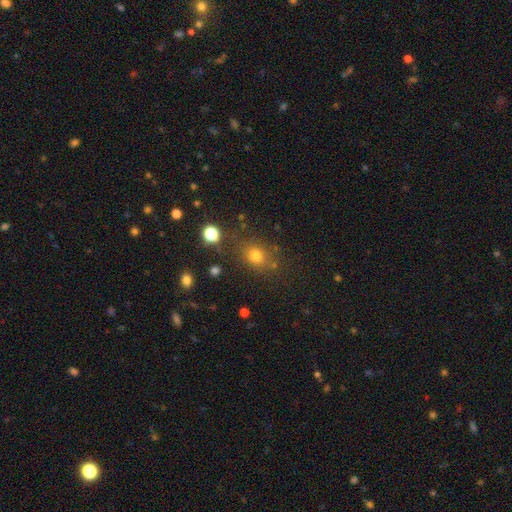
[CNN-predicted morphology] The model was most divided on "how rounded": round: 64%, in between: 34%, cigar-shaped: 1%. More confident: merging — none (75%); smooth or featured — smooth (73%).